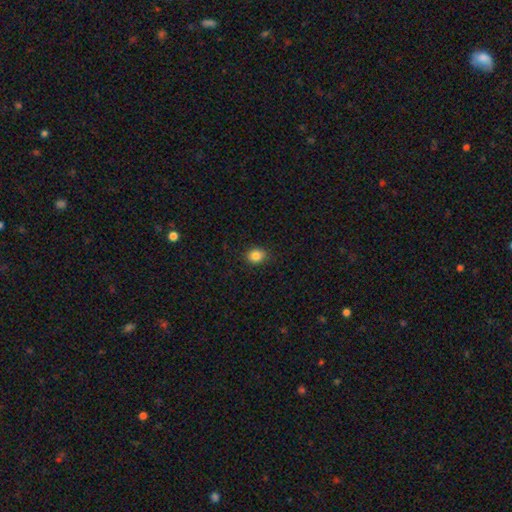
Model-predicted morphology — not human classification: Overall: smooth (85%). How rounded: round (67%; in between 32%). Merging: none (88%).